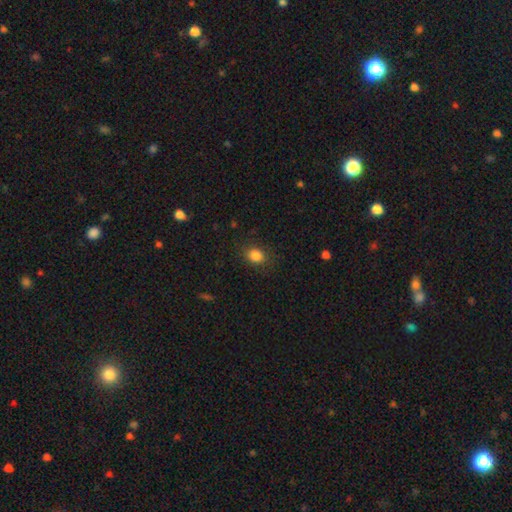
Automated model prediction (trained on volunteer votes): A smooth galaxy with no disk features (84%) that is in between round and cigar-shaped (52%). Merging: none (83%).